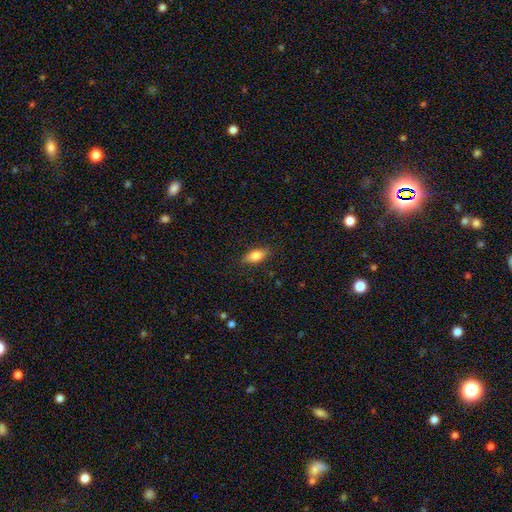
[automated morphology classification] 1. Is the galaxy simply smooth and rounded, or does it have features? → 81% smooth, 12% featured or disk, 7% star or artifact.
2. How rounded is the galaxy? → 85% in between, 11% cigar-shaped, 3% round.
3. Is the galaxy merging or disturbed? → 86% none, 11% minor disturbance, 2% major disturbance, 1% merger.